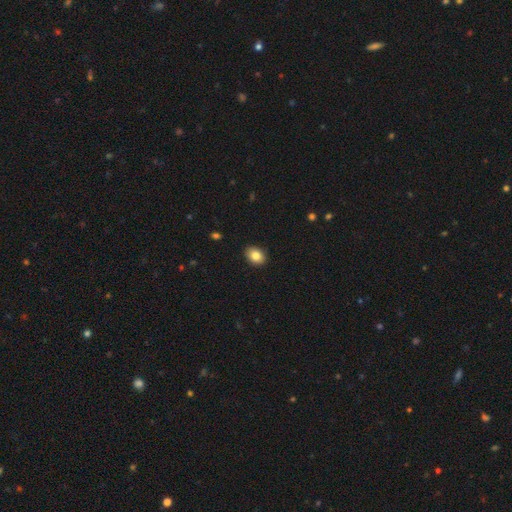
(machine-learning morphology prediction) Overall: smooth (84%). How rounded: in between (71%). Merging: none (90%).